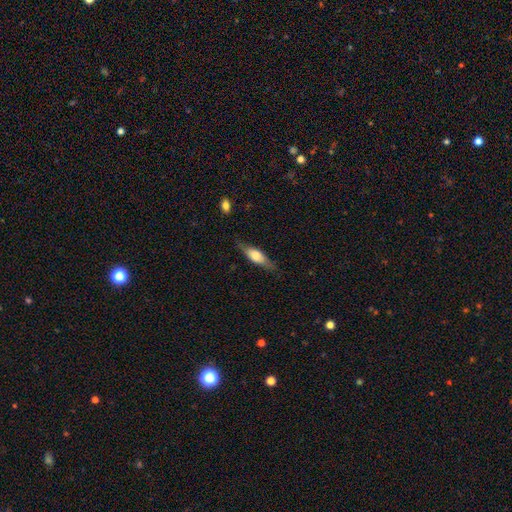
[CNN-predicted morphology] Q: Smooth or featured?
A: smooth (50%); runner-up: featured or disk (43%)
Q: How rounded?
A: cigar-shaped (51%); runner-up: in between (46%)
Q: Merging?
A: none (79%); runner-up: minor disturbance (16%)